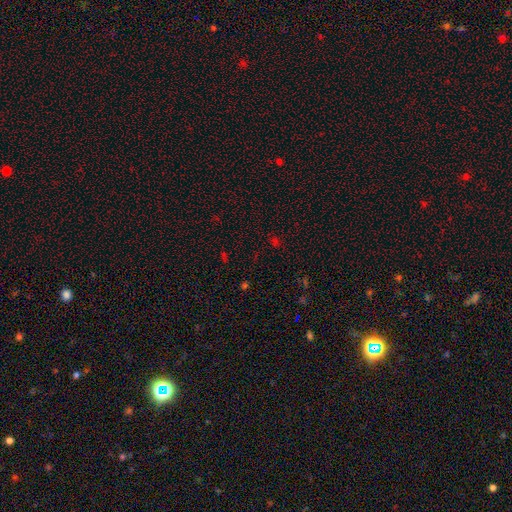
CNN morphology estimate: star or artifact 58%, smooth 34%, featured or disk 8%.